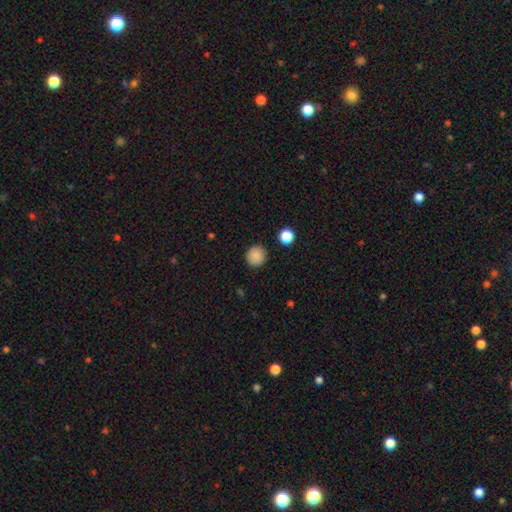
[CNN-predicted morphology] This is clearly a smooth galaxy (87%). How rounded: clearly round (93%). Merging: clearly none (90%).